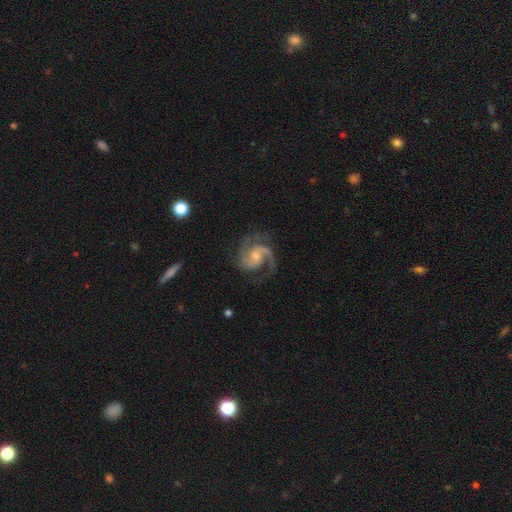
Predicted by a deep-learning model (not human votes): A featured or disk galaxy (92%) with no bar (54%), 2 (80%) medium (60%) spiral arms (98%) and a small central bulge (46%, tied with moderate). Merging: none (72%).